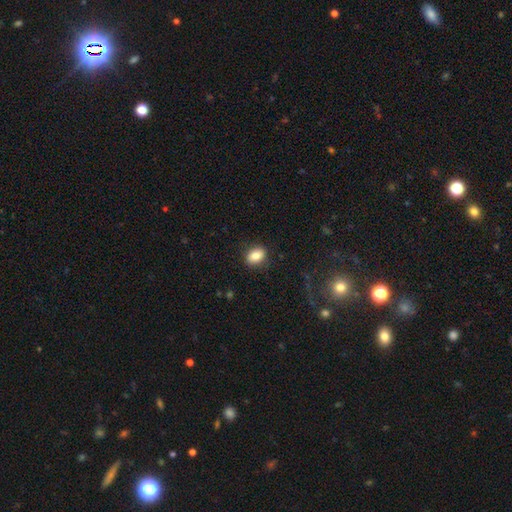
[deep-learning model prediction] A smooth galaxy with no disk features (81%) that is in between round and cigar-shaped (71%).

Vote fractions:
- Smooth or featured? smooth: 81% / featured or disk: 10% / star or artifact: 9%
- How rounded? in between: 71% / round: 28% / cigar-shaped: 2%
- Merging? none: 87% / minor disturbance: 10% / major disturbance: 3% / merger: 1%